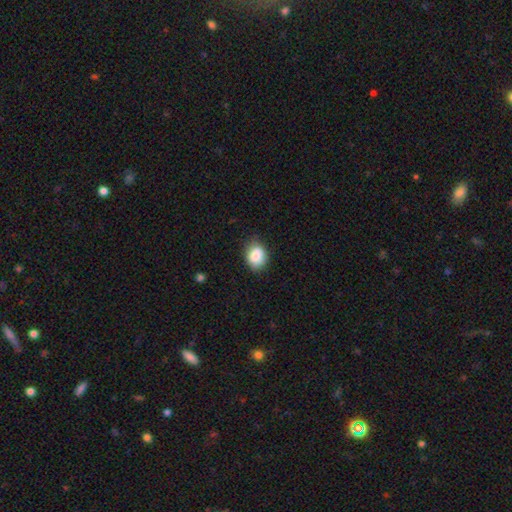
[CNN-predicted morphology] Smooth or featured: smooth — 85% (star or artifact — 8%)
How rounded: in between — 52% (round — 47%)
Merging: none — 75% (minor disturbance — 20%)